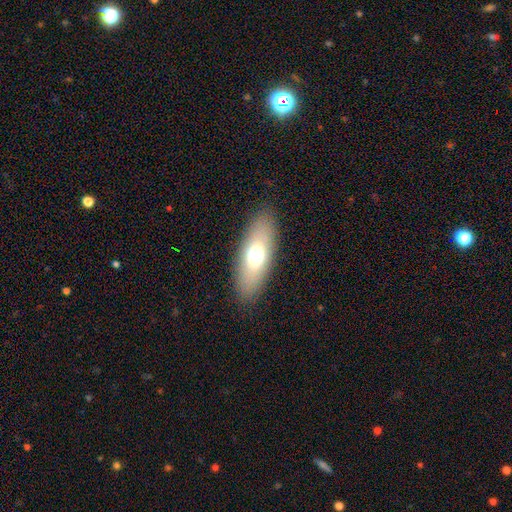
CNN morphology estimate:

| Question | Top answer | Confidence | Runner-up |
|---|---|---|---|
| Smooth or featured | smooth | 66% | featured or disk (26%) |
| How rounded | in between | 72% | cigar-shaped (24%) |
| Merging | none | 87% | minor disturbance (8%) |